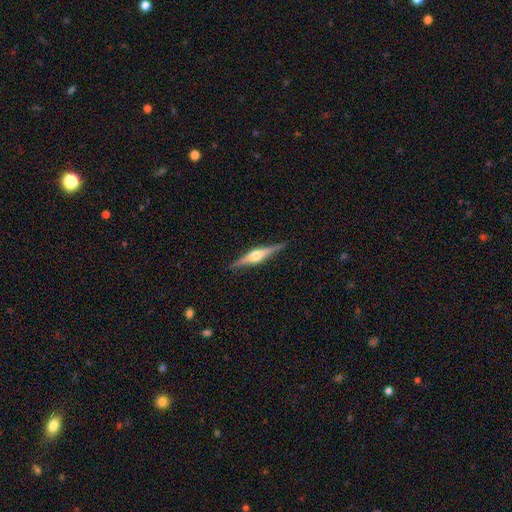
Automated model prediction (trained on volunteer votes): Morphology: type=featured or disk (76%); edge-on=yes (98%); edge-on bulge=rounded (92%); merging=none (90%).